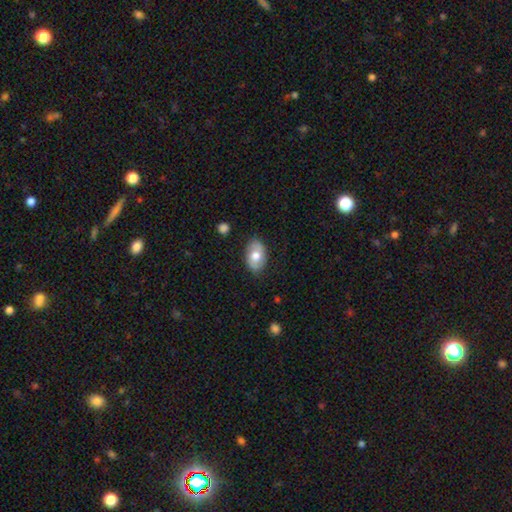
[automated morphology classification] A smooth galaxy with no disk features (67%) that is in between round and cigar-shaped (90%).

Vote fractions:
- Smooth or featured? smooth: 67% / featured or disk: 26% / star or artifact: 6%
- How rounded? in between: 90% / round: 9% / cigar-shaped: 1%
- Merging? none: 83% / minor disturbance: 13% / major disturbance: 3% / merger: 1%